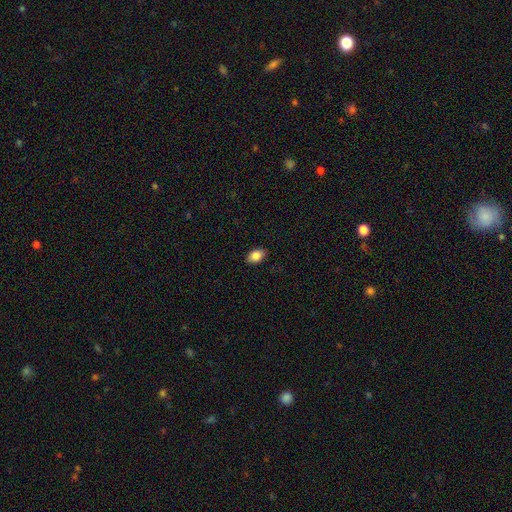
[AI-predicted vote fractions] smooth-or-featured: smooth: 86% | star or artifact: 8% | featured or disk: 6%
  how-rounded: in between: 86% | round: 12% | cigar-shaped: 1%
  merging: none: 88% | minor disturbance: 9% | major disturbance: 2% | merger: 1%